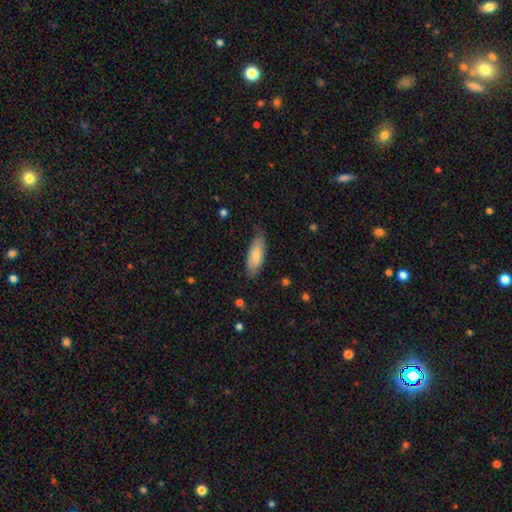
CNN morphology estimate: A smooth galaxy with no disk features (75%) that is in between round and cigar-shaped (71%). Merging: none (74%).